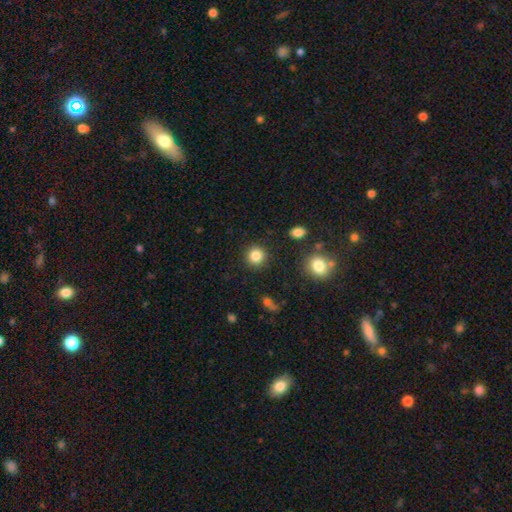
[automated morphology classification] This appears to be a smooth galaxy with no disk features (85%) that is round (92%). Merging: none (90%).